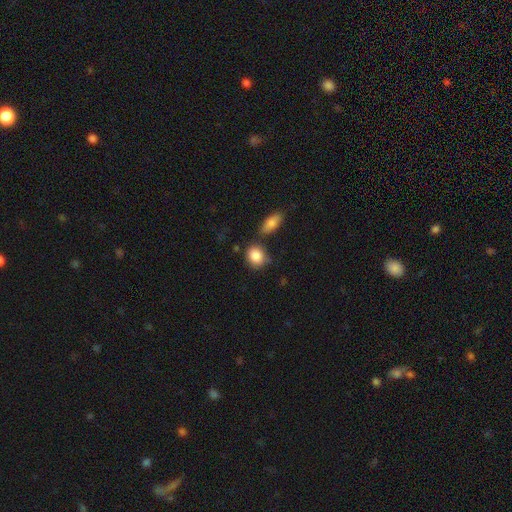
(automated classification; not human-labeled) smooth_or_featured: smooth (p=0.87) [alt: star or artifact p=0.07]
how_rounded: round (p=0.59) [alt: in between p=0.39]
merging: none (p=0.65) [alt: minor disturbance p=0.18]